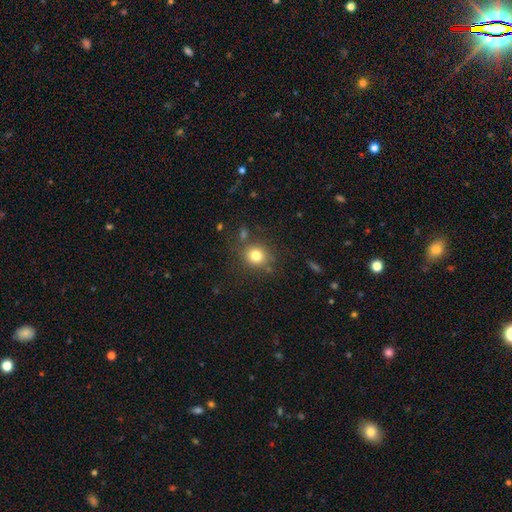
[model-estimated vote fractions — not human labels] smooth-or-featured: smooth: 80% | star or artifact: 12% | featured or disk: 8%
  how-rounded: round: 84% | in between: 15% | cigar-shaped: 1%
  merging: none: 79% | minor disturbance: 12% | merger: 5% | major disturbance: 4%